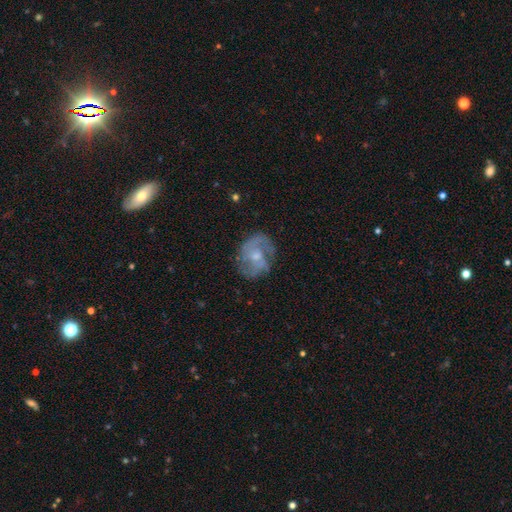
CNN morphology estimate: Smooth or featured?
  - featured or disk: 71% *
  - smooth: 22%
  - star or artifact: 7%
Edge-on disk?
  - no: 97% *
  - yes: 3%
Bar?
  - no: 62% *
  - weak: 33%
  - strong: 5%
Spiral arms?
  - yes: 82% *
  - no: 18%
Spiral winding?
  - medium: 47% *
  - tight: 28%
  - loose: 26%
Spiral arm count?
  - 2: 50% *
  - can't tell: 25%
  - 3: 14%
  - 1: 5%
  - 4: 4%
  - more than 4: 3%
Bulge size?
  - small: 46% *
  - moderate: 44%
  - none: 6%
  - large: 3%
  - dominant: 1%
Merging?
  - none: 68% *
  - minor disturbance: 20%
  - major disturbance: 11%
  - merger: 2%